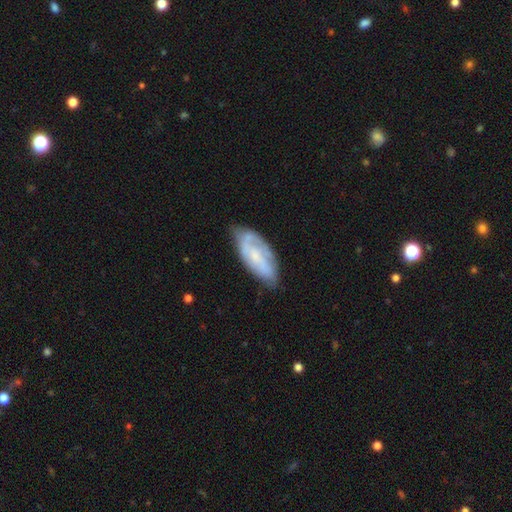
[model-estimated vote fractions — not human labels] The model was most divided on "smooth or featured": featured or disk: 56%, smooth: 37%, star or artifact: 7%. More confident: edge-on disk — no (89%); merging — none (61%).